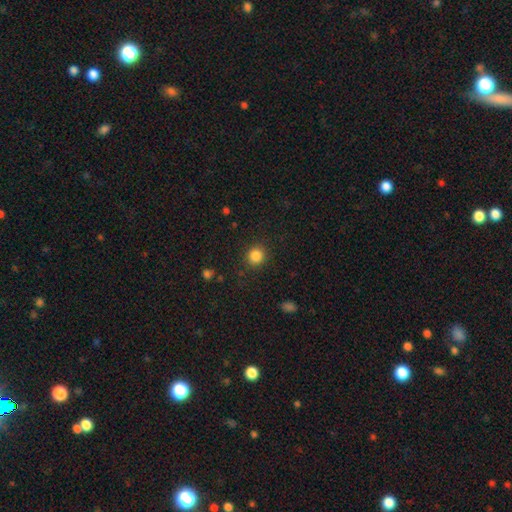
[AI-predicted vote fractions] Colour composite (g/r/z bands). It shows a smooth galaxy with no disk features (85%) that is round (88%). Merging: none (89%).